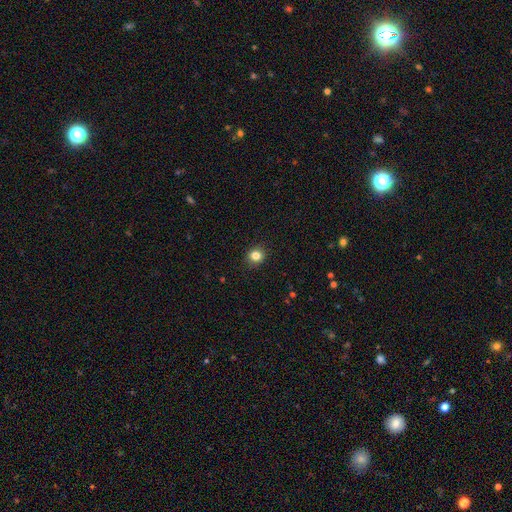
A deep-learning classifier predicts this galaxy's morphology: Smooth or featured?
  - smooth: 83% *
  - star or artifact: 12%
  - featured or disk: 5%
How rounded?
  - round: 82% *
  - in between: 17%
  - cigar-shaped: 1%
Merging?
  - none: 91% *
  - minor disturbance: 6%
  - major disturbance: 2%
  - merger: 1%